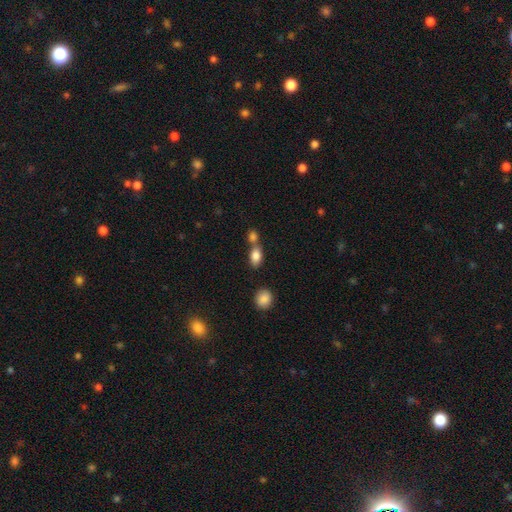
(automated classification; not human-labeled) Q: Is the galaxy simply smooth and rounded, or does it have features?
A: smooth — 83%.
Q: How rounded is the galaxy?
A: in between — 84%.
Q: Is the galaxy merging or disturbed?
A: merger — 44%.